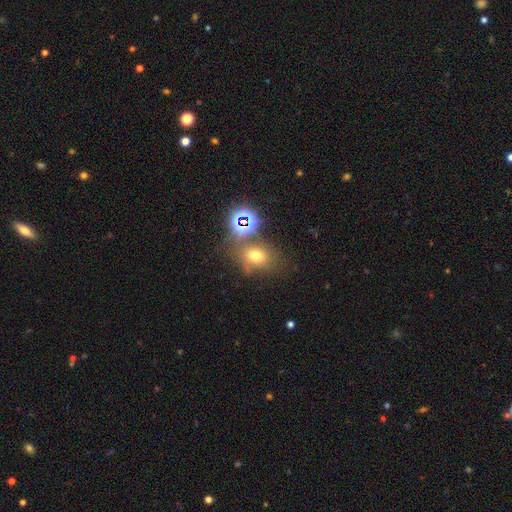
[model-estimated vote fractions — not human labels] The model was most divided on "how rounded": round: 53%, in between: 46%, cigar-shaped: 1%. More confident: merging — none (61%); smooth or featured — smooth (57%).